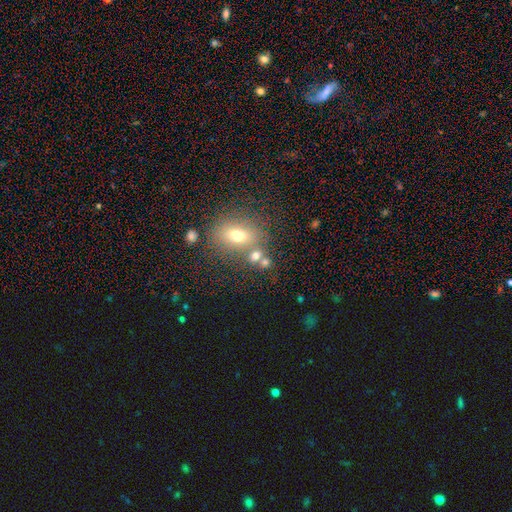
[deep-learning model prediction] smooth_or_featured: smooth (p=0.66) [alt: star or artifact p=0.17]
how_rounded: round (p=0.55) [alt: in between p=0.43]
merging: none (p=0.51) [alt: merger p=0.34]